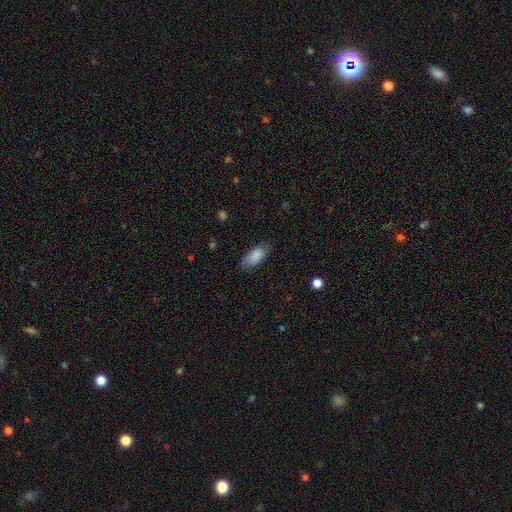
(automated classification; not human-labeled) smooth-or-featured: smooth: 86% | featured or disk: 7% | star or artifact: 6%
  how-rounded: in between: 91% | cigar-shaped: 7% | round: 2%
  merging: none: 76% | minor disturbance: 19% | major disturbance: 4% | merger: 1%